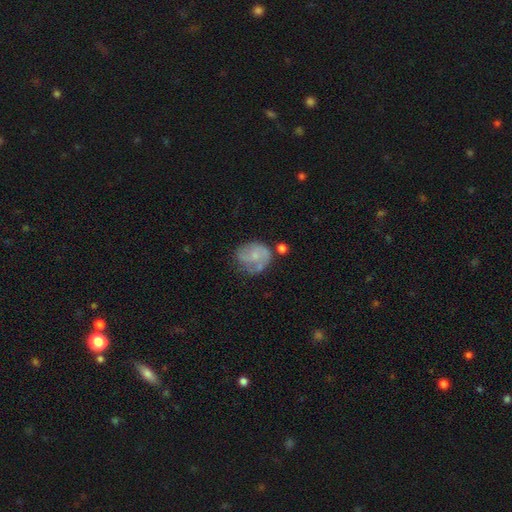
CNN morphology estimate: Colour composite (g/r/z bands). It shows a featured or disk galaxy (54%) with no bar (76%), spiral arms (71%) and a small central bulge (65%). Merging: none (48%).